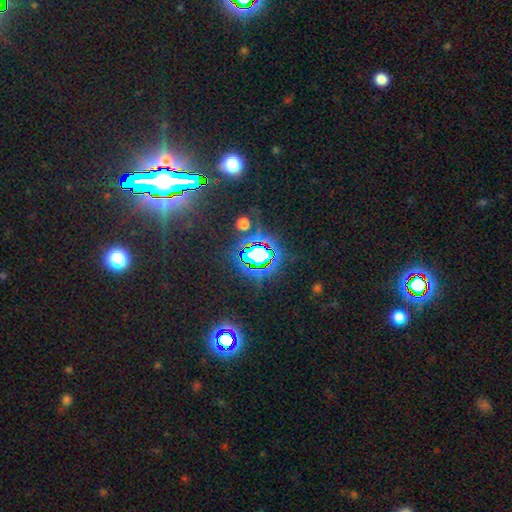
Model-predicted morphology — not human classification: Q: Smooth or featured?
A: star or artifact (83%); runner-up: smooth (9%)